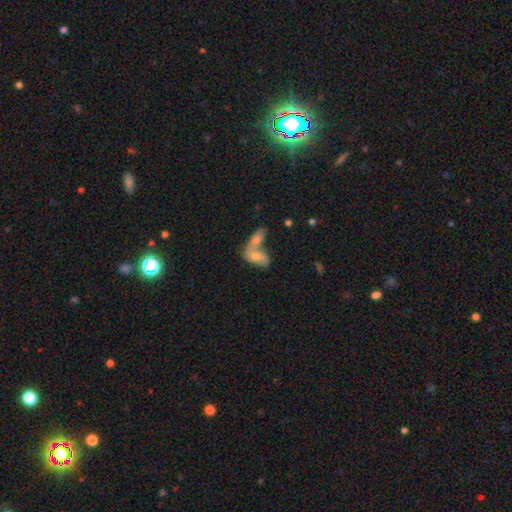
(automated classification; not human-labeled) smooth 58%, featured or disk 32%, star or artifact 10%. Down the decision tree: how rounded — in between (85%); merging — merger (70%).